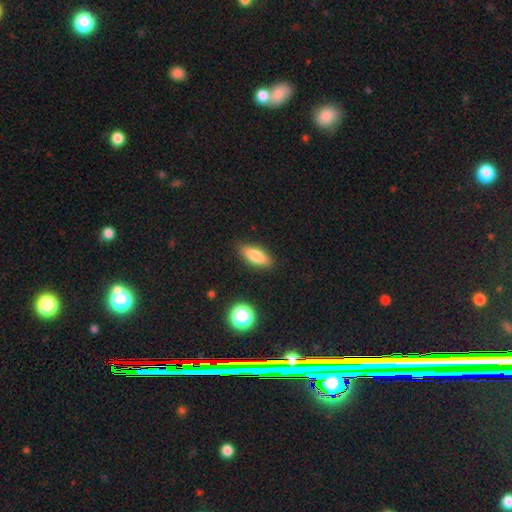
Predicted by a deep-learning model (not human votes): Smooth or featured? smooth (77%)
How rounded? in between (70%)
Merging? none (87%)